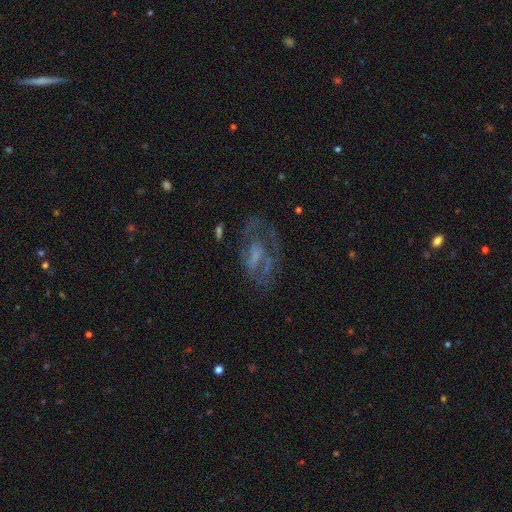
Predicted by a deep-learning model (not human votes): Overall: featured or disk (65%). Edge-on disk: no (95%). Bar: no (57%; weak 32%). Spiral arms: yes (53%; no 47%). Bulge size: none (49%; small 24%). Merging: none (45%; major disturbance 32%).